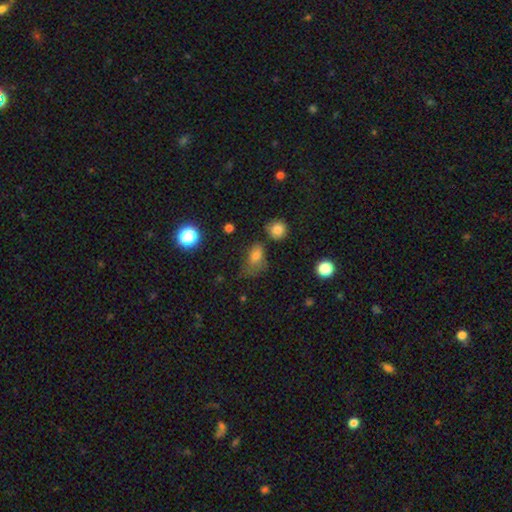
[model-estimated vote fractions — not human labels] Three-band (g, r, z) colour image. It shows a smooth galaxy with no disk features (73%) that is in between round and cigar-shaped (77%). Merging: none (33%, tied with minor disturbance).